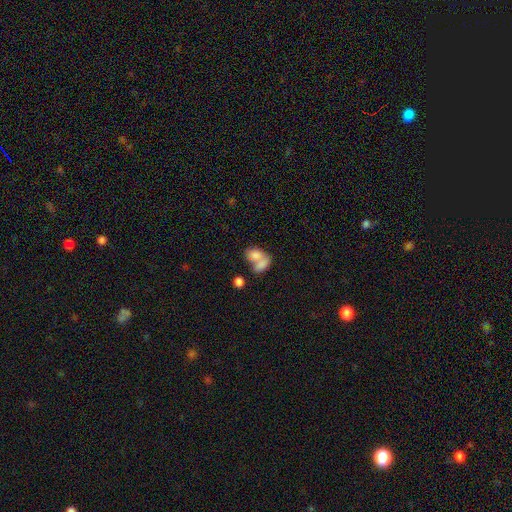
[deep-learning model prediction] Smooth or featured: smooth — 77% (featured or disk — 15%)
How rounded: in between — 81% (round — 17%)
Merging: merger — 68% (none — 19%)